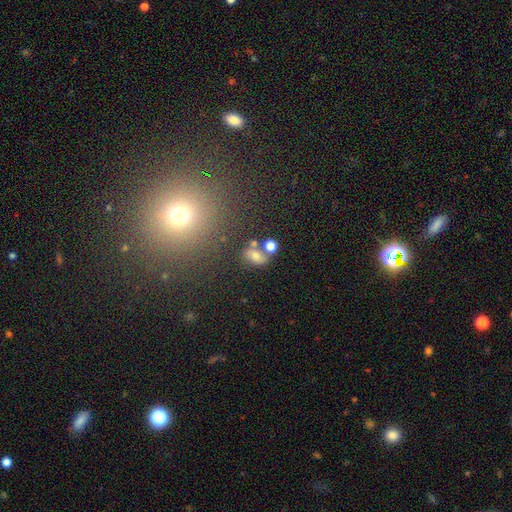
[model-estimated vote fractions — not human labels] smooth-or-featured: smooth: 65% | featured or disk: 19% | star or artifact: 16%
  how-rounded: in between: 72% | round: 25% | cigar-shaped: 3%
  merging: none: 49% | merger: 29% | minor disturbance: 15% | major disturbance: 8%